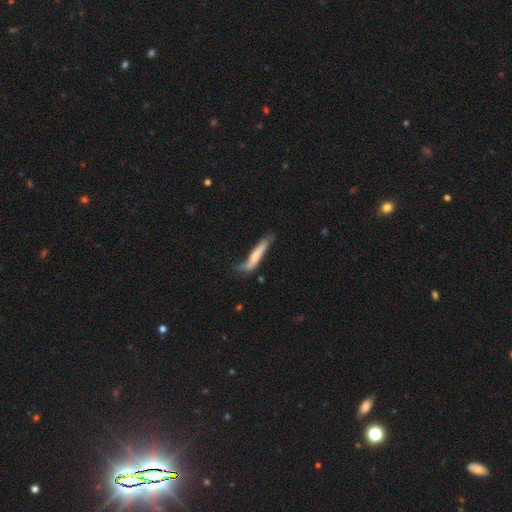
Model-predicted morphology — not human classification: Q: Smooth or featured?
A: smooth (64%); runner-up: featured or disk (30%)
Q: How rounded?
A: cigar-shaped (88%); runner-up: in between (10%)
Q: Merging?
A: none (45%); runner-up: minor disturbance (34%)